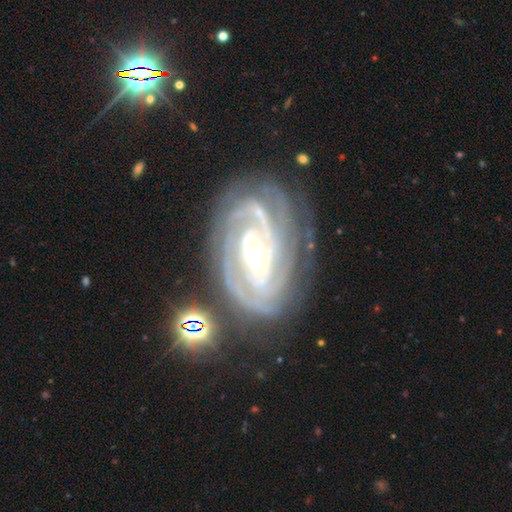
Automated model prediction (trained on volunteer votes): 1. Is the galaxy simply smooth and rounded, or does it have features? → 91% featured or disk, 5% star or artifact, 4% smooth.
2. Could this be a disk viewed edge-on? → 96% no, 4% yes.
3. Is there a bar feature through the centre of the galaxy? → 40% strong, 34% weak, 26% no.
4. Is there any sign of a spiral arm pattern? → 98% yes, 2% no.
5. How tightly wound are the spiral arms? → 76% tight, 21% medium, 3% loose.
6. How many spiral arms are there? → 30% 3, 25% 2, 18% can't tell, 15% 4, 6% more than 4, 6% 1.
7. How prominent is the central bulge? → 49% small, 46% moderate, 3% large, 1% none, 1% dominant.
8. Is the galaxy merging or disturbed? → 74% none, 17% minor disturbance, 6% major disturbance, 3% merger.